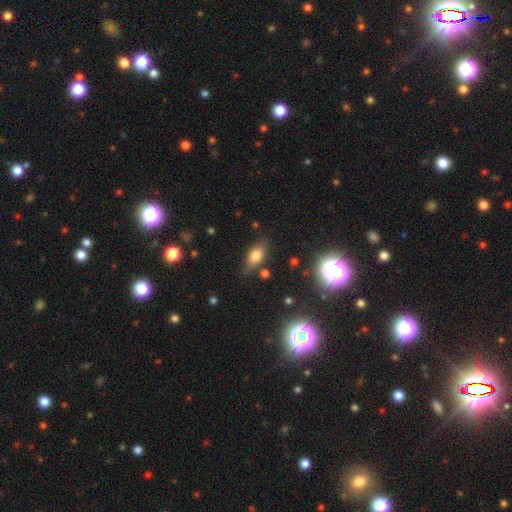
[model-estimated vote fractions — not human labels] smooth-or-featured: smooth: 70% | featured or disk: 18% | star or artifact: 12%
  how-rounded: in between: 83% | cigar-shaped: 10% | round: 7%
  merging: none: 74% | minor disturbance: 18% | major disturbance: 4% | merger: 3%